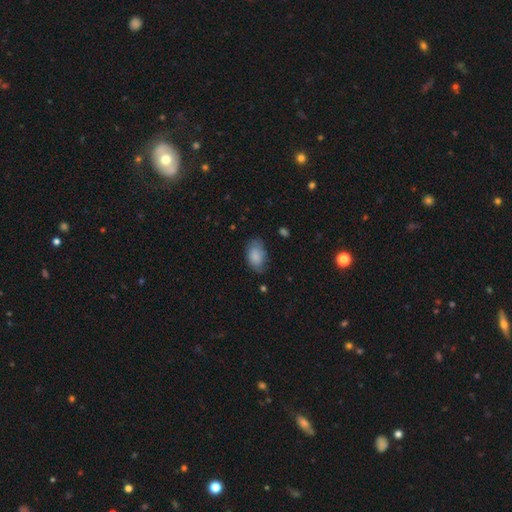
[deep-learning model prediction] This is clearly a smooth galaxy (82%). How rounded: clearly in between (91%). Merging: likely none (65%).